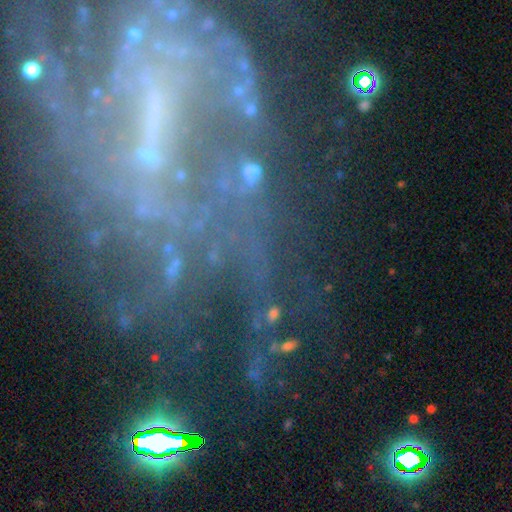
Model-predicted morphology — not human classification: This appears to be a featured or disk galaxy (50%). Merging: none (53%).